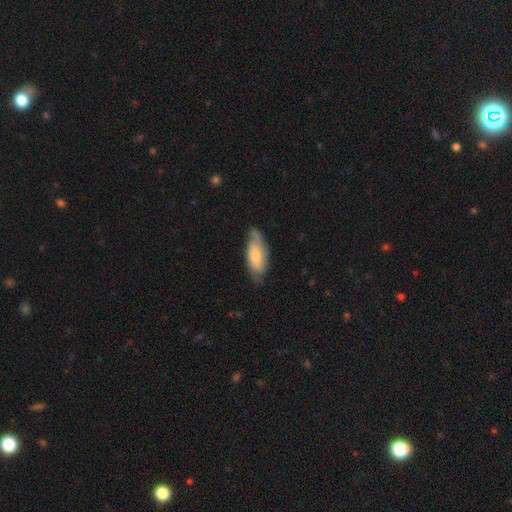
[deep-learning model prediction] Smooth or featured: smooth — 58% (featured or disk — 36%)
How rounded: in between — 75% (cigar-shaped — 23%)
Merging: none — 60% (minor disturbance — 30%)